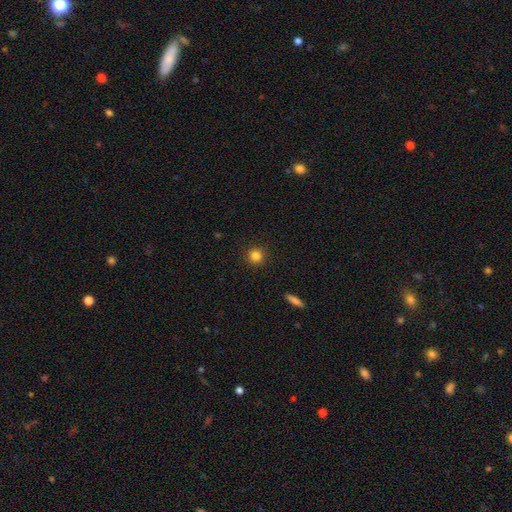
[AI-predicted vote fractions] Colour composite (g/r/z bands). It shows a smooth galaxy with no disk features (82%) that is round (94%). Merging: none (92%).